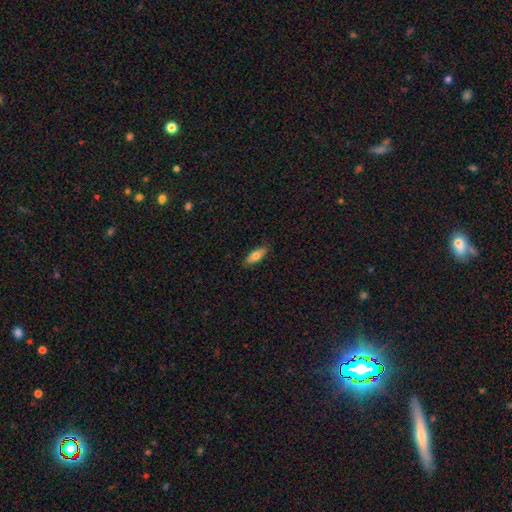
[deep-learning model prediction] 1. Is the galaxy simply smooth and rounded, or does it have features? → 75% smooth, 19% featured or disk, 6% star or artifact.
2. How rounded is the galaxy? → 74% in between, 23% cigar-shaped, 2% round.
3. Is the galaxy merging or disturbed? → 85% none, 11% minor disturbance, 2% major disturbance, 1% merger.